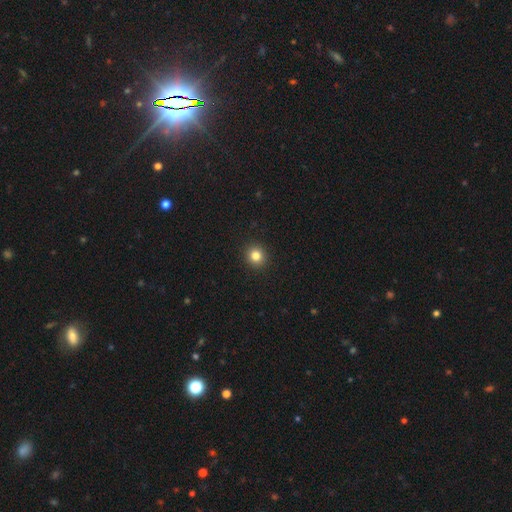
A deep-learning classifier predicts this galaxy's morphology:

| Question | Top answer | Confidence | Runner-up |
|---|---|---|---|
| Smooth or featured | smooth | 82% | star or artifact (12%) |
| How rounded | round | 91% | in between (8%) |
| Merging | none | 93% | minor disturbance (4%) |